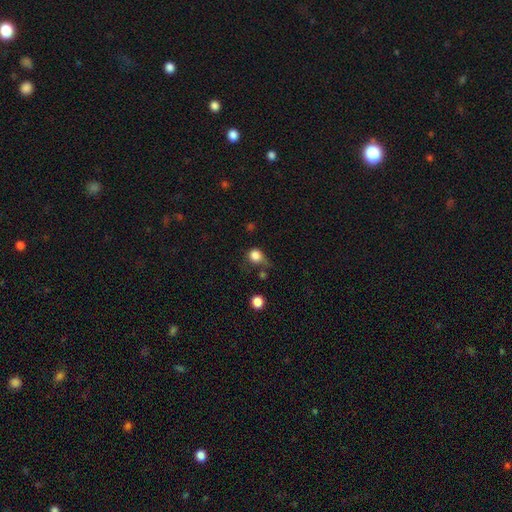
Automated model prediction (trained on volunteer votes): A smooth galaxy with no disk features (82%) that is round (76%).

Vote fractions:
- Smooth or featured? smooth: 82% / star or artifact: 11% / featured or disk: 7%
- How rounded? round: 76% / in between: 23% / cigar-shaped: 1%
- Merging? none: 43% / minor disturbance: 31% / major disturbance: 18% / merger: 8%